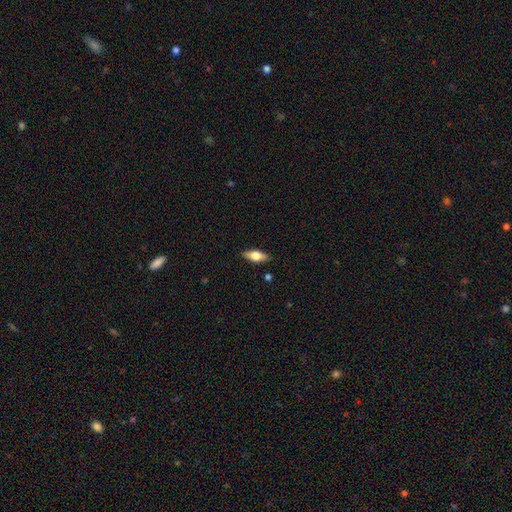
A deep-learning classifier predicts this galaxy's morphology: type=smooth (57%); roundness=in between (75%); merging=none (87%).